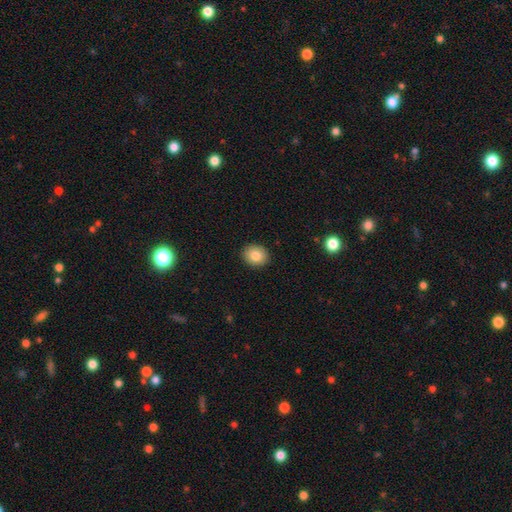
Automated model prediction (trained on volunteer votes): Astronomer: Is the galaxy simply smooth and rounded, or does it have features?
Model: smooth — 82%.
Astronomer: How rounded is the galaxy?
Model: round — 68%.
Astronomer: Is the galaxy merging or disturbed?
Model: none — 91%.